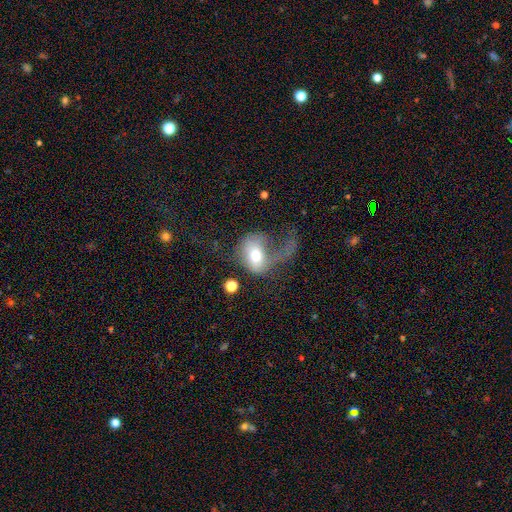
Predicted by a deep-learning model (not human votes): Smooth or featured? Predicted: smooth (p=0.55). How rounded? Predicted: in between (p=0.56). Merging? Predicted: major disturbance (p=0.66).